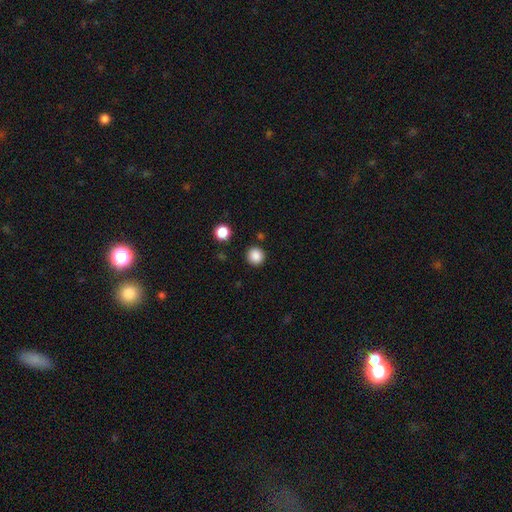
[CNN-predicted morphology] The model was most divided on "smooth or featured": smooth: 87%, star or artifact: 10%, featured or disk: 3%. More confident: how rounded — round (94%); merging — none (89%).